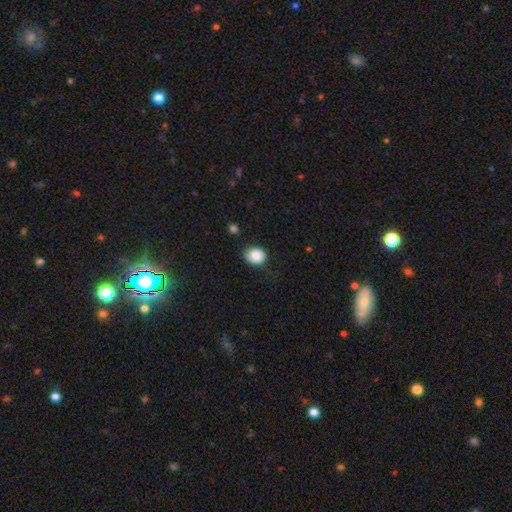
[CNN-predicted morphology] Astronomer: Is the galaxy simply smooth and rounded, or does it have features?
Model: smooth — 85%.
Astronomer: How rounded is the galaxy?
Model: round — 55% (runner-up: in between, 44%).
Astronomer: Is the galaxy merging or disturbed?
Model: none — 73%.